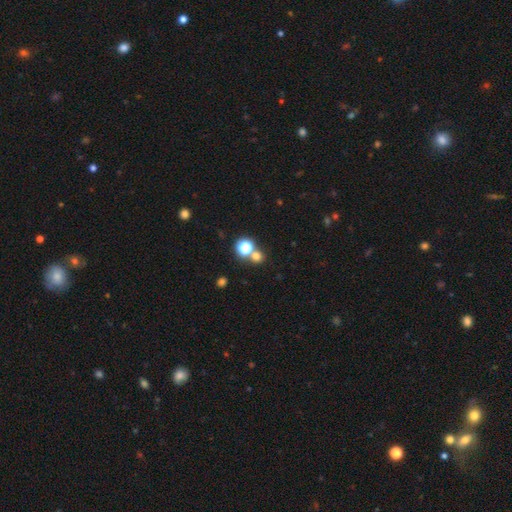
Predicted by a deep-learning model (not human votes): smooth_or_featured: smooth (p=0.67) [alt: star or artifact p=0.26]
how_rounded: round (p=0.86) [alt: in between p=0.13]
merging: none (p=0.63) [alt: merger p=0.28]